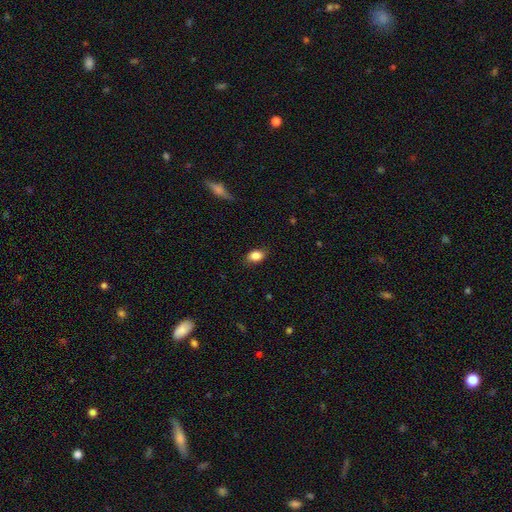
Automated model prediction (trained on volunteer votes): Smooth or featured? smooth (85%)
How rounded? in between (82%)
Merging? none (82%)